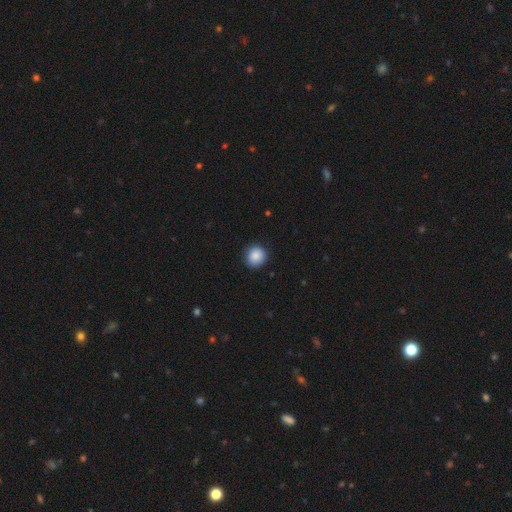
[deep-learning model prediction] smooth-or-featured: smooth: 88% | star or artifact: 8% | featured or disk: 3%
  how-rounded: round: 89% | in between: 10% | cigar-shaped: 1%
  merging: none: 89% | minor disturbance: 8% | major disturbance: 2% | merger: 1%